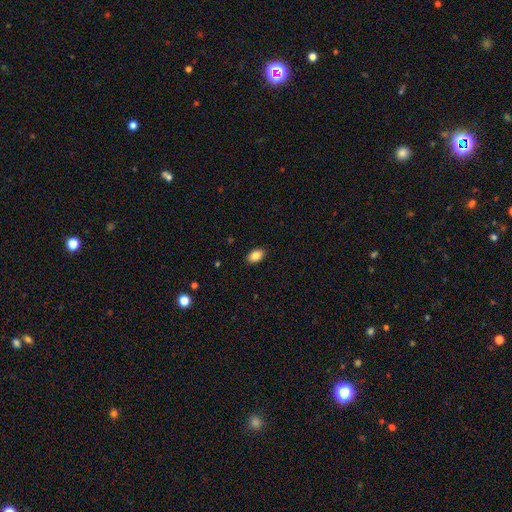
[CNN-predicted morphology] smooth-or-featured: smooth: 86% | star or artifact: 8% | featured or disk: 6%
  how-rounded: in between: 91% | round: 7% | cigar-shaped: 2%
  merging: none: 89% | minor disturbance: 8% | major disturbance: 2% | merger: 1%